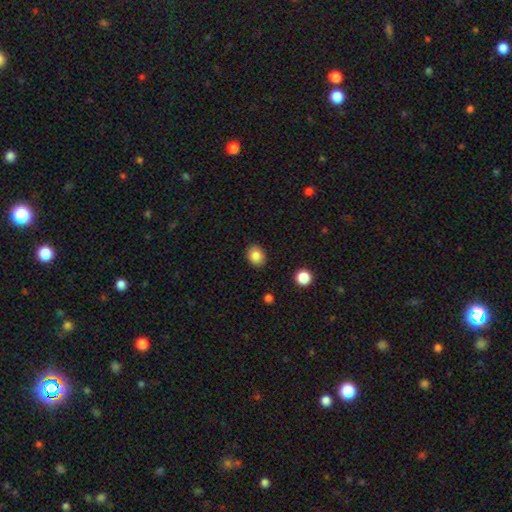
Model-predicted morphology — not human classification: type=smooth (84%); roundness=round (54%); merging=none (89%).